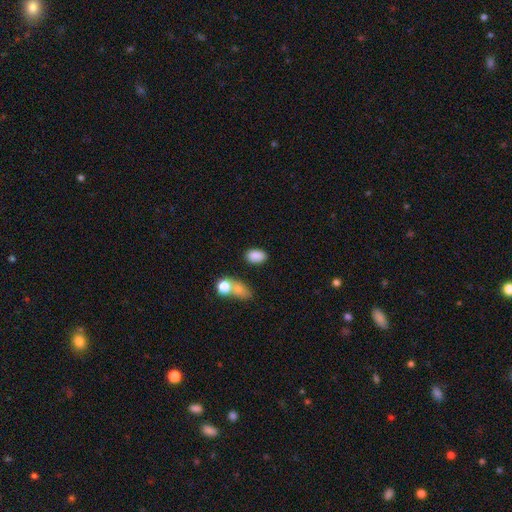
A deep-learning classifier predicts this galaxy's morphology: Overall: smooth (86%). How rounded: in between (88%). Merging: none (77%).